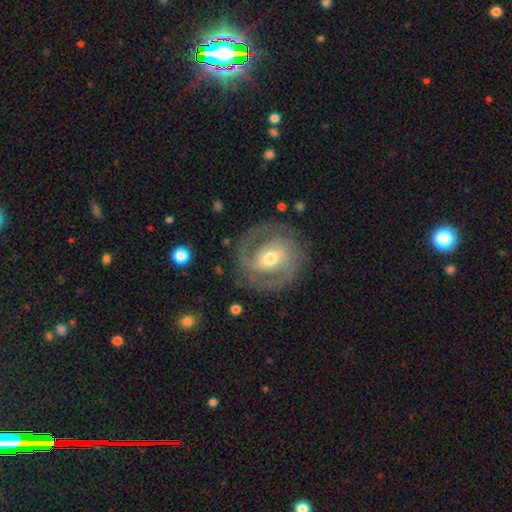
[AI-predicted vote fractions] Smooth or featured? Predicted: featured or disk (p=0.81). Edge-on disk? Predicted: no (p=0.97). Bar? Predicted: weak (p=0.44). Spiral arms? Predicted: yes (p=0.92). Spiral winding? Predicted: tight (p=0.58). Spiral arm count? Predicted: 2 (p=0.72). Bulge size? Predicted: moderate (p=0.61). Merging? Predicted: none (p=0.80).